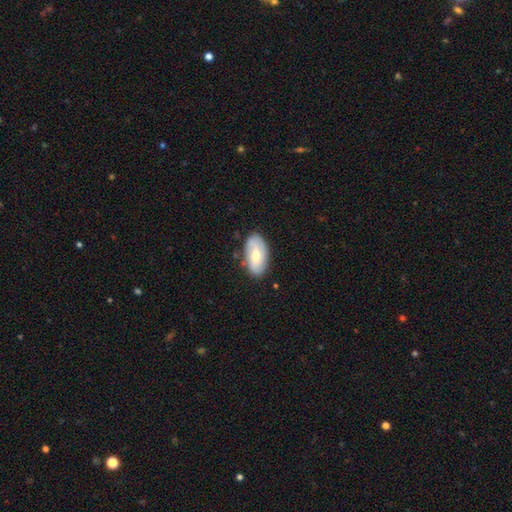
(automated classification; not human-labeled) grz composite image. It shows a smooth galaxy with no disk features (49%). Merging: none (80%).